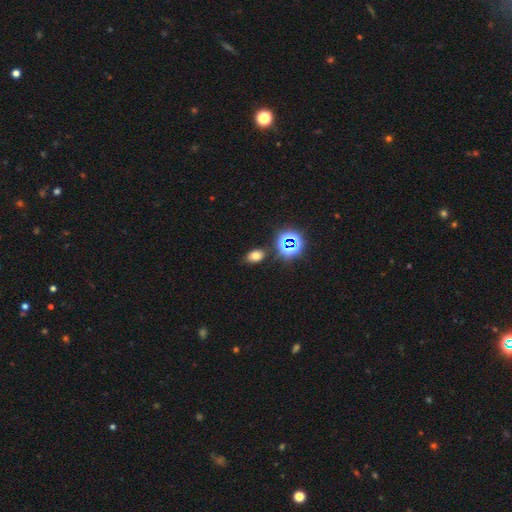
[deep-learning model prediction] Overall: smooth (69%). How rounded: in between (79%). Merging: none (81%).